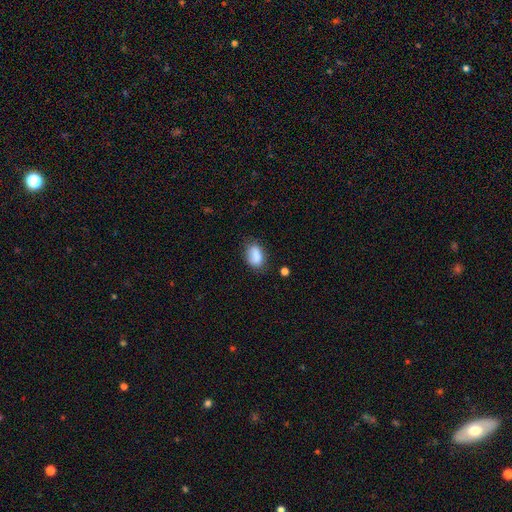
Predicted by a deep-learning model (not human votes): The model was most divided on "merging": none: 68%, minor disturbance: 23%, major disturbance: 5%, merger: 3%. More confident: how rounded — in between (88%); smooth or featured — smooth (85%).